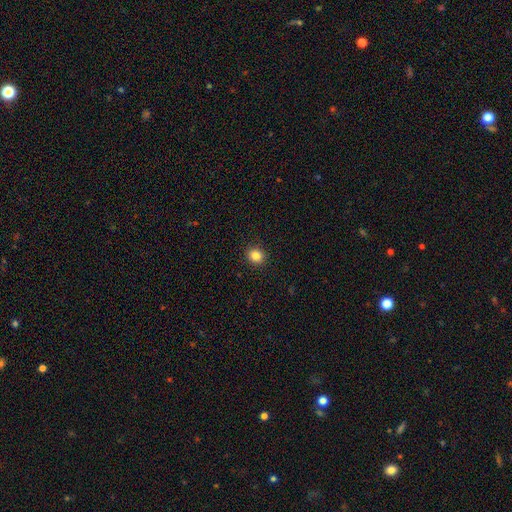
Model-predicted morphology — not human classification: A smooth galaxy with no disk features (85%) that is round (80%). Merging: none (91%).